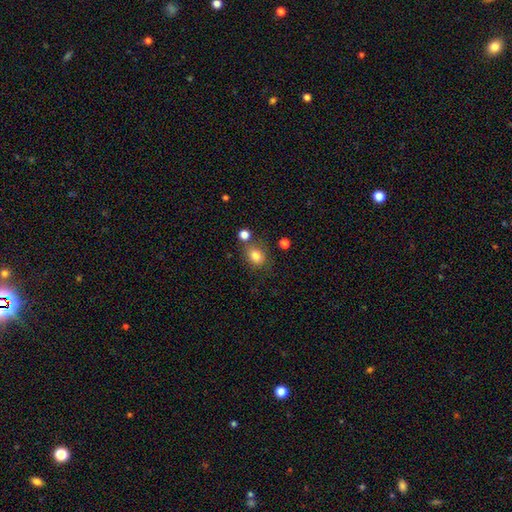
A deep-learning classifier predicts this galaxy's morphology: Smooth or featured?
  - smooth: 82% *
  - star or artifact: 11%
  - featured or disk: 7%
How rounded?
  - round: 58% *
  - in between: 41%
  - cigar-shaped: 1%
Merging?
  - none: 69% *
  - minor disturbance: 15%
  - merger: 11%
  - major disturbance: 5%